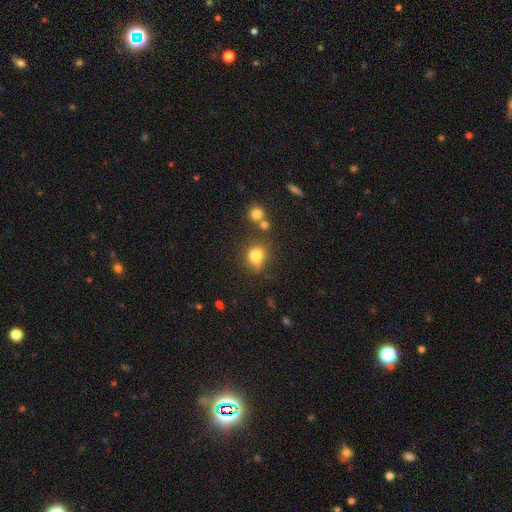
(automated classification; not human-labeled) Q: Smooth or featured?
A: smooth (78%); runner-up: star or artifact (13%)
Q: How rounded?
A: round (63%); runner-up: in between (35%)
Q: Merging?
A: none (57%); runner-up: minor disturbance (21%)